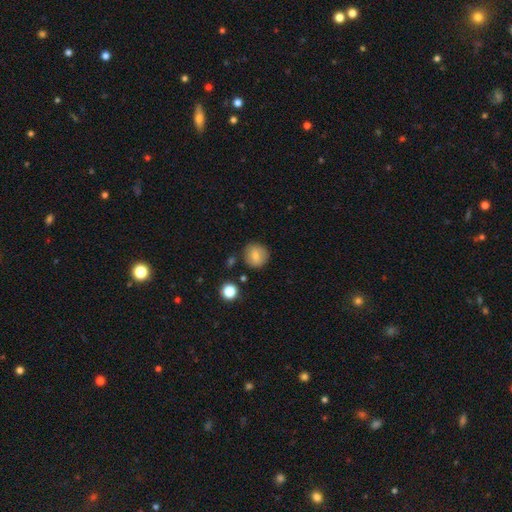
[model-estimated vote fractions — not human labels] Q: Smooth or featured?
A: smooth (78%); runner-up: featured or disk (13%)
Q: How rounded?
A: round (88%); runner-up: in between (11%)
Q: Merging?
A: none (84%); runner-up: minor disturbance (10%)